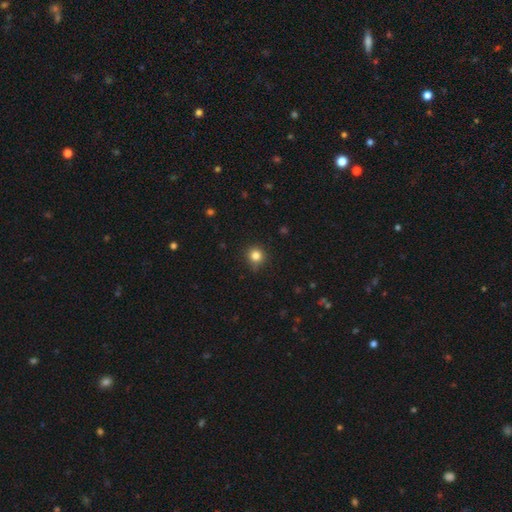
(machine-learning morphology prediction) A smooth galaxy with no disk features (82%) that is round (90%). Merging: none (82%).